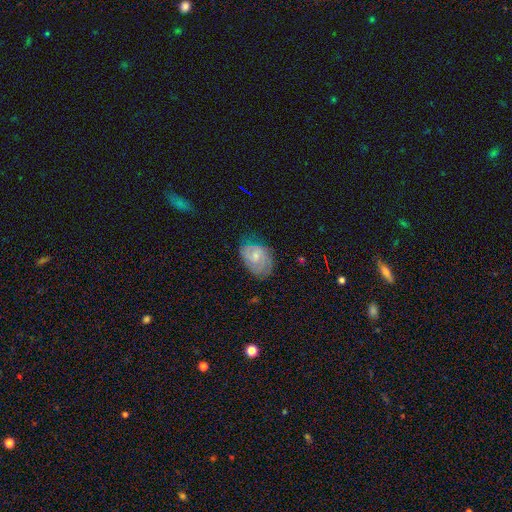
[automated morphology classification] smooth-or-featured: featured or disk: 51% | smooth: 41% | star or artifact: 8%
  disk-edge-on: no: 97% | yes: 3%
  merging: none: 60% | minor disturbance: 29% | major disturbance: 10% | merger: 1%